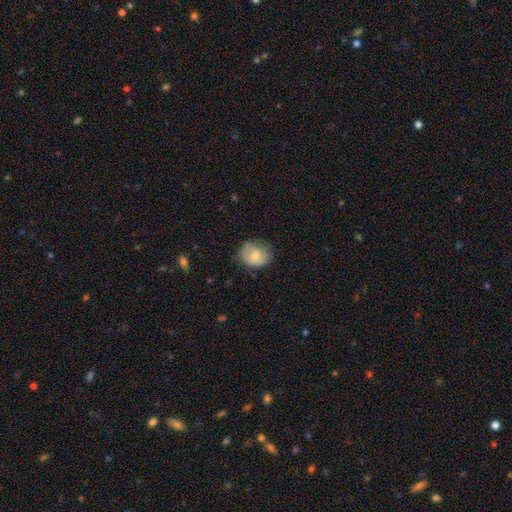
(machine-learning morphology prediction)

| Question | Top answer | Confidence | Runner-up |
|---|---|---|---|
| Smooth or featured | smooth | 63% | featured or disk (29%) |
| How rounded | round | 58% | in between (41%) |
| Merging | none | 60% | minor disturbance (29%) |